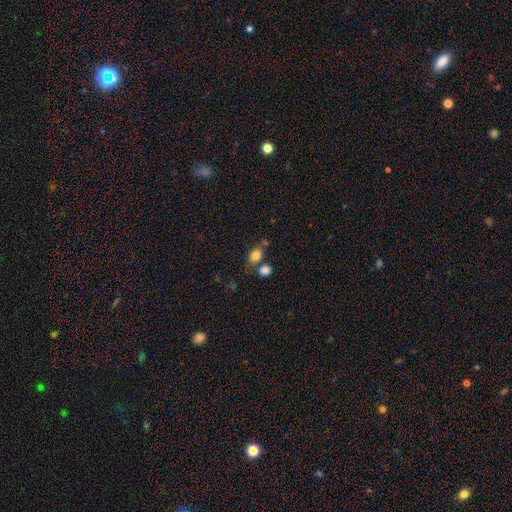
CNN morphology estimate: Smooth or featured? smooth (82%)
How rounded? in between (66%)
Merging? none (63%)